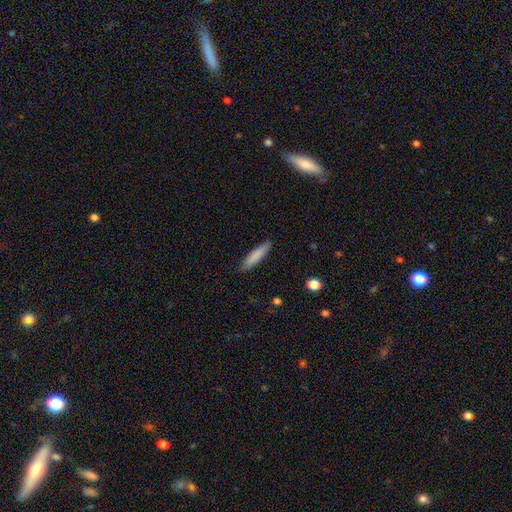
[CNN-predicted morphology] Smooth or featured: smooth — 83% (featured or disk — 11%)
How rounded: cigar-shaped — 80% (in between — 19%)
Merging: none — 85% (minor disturbance — 12%)